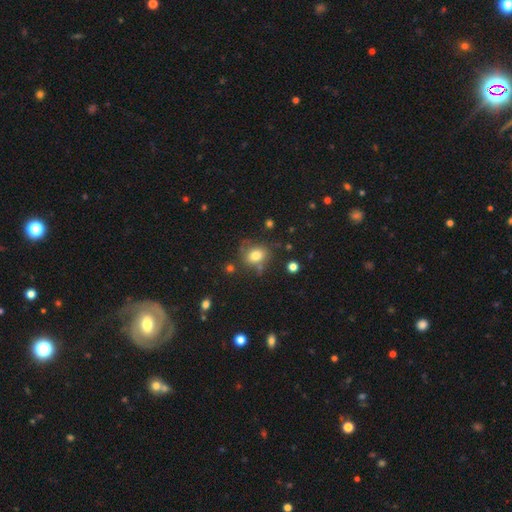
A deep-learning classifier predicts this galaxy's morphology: Smooth or featured: smooth — 77% (star or artifact — 12%)
How rounded: round — 56% (in between — 43%)
Merging: none — 66% (minor disturbance — 20%)